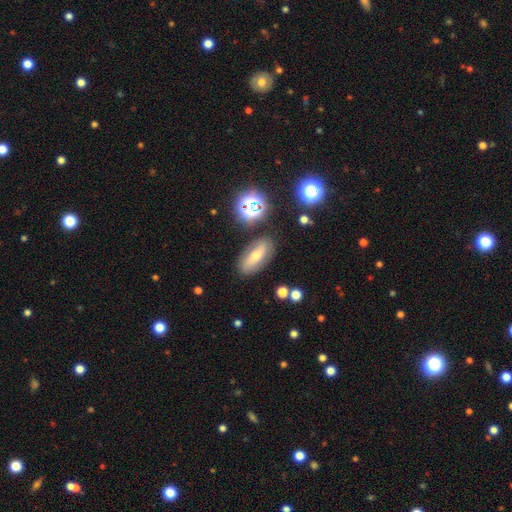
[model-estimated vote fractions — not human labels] Q: Smooth or featured?
A: smooth (45%); runner-up: featured or disk (39%)
Q: Merging?
A: none (82%); runner-up: minor disturbance (11%)